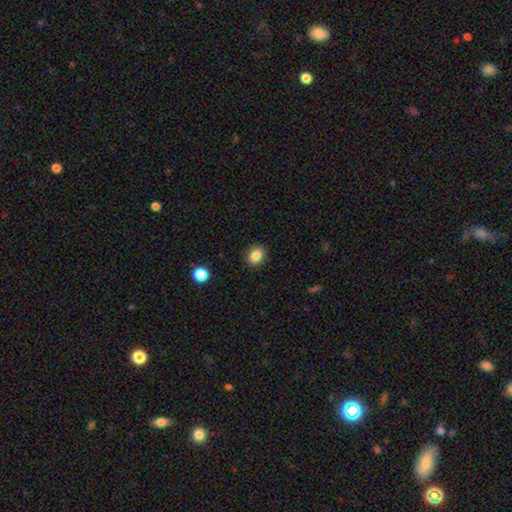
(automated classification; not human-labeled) The model was most divided on "how rounded": in between: 50%, round: 49%, cigar-shaped: 1%. More confident: merging — none (89%); smooth or featured — smooth (85%).